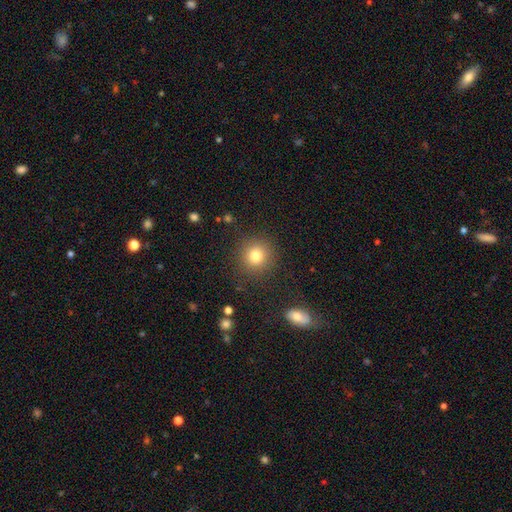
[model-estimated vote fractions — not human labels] smooth_or_featured: smooth (p=0.79) [alt: star or artifact p=0.13]
how_rounded: round (p=0.92) [alt: in between p=0.07]
merging: none (p=0.89) [alt: minor disturbance p=0.07]